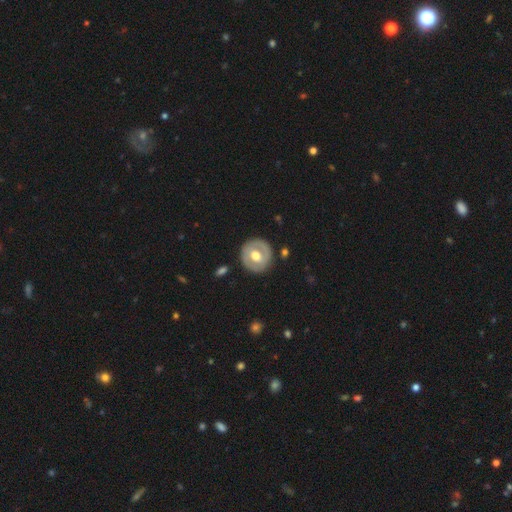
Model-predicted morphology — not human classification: Smooth or featured? featured or disk (54%)
Edge-on disk? no (96%)
Bar? no (56%)
Spiral arms? no (68%)
Bulge size? moderate (72%)
Merging? none (85%)